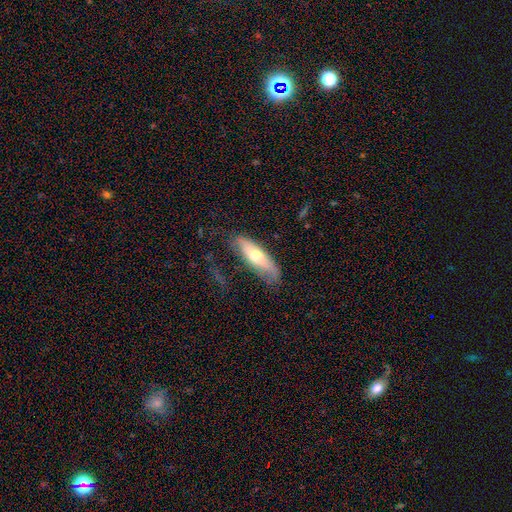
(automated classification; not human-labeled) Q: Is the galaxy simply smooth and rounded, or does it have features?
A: smooth — 55%.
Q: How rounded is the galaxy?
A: cigar-shaped — 51%.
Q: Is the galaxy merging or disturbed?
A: none — 61%.